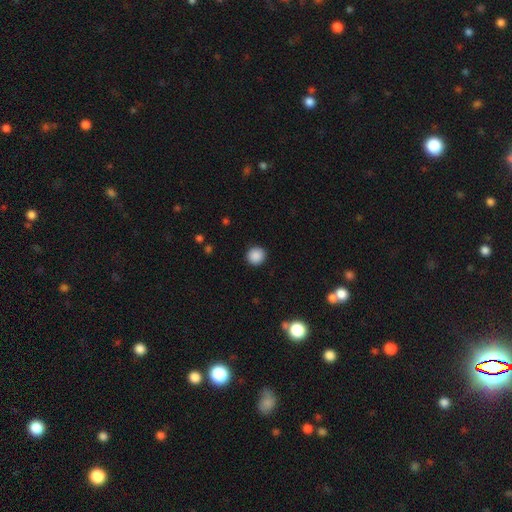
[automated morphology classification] smooth-or-featured: smooth: 88% | star or artifact: 9% | featured or disk: 3%
  how-rounded: round: 93% | in between: 6% | cigar-shaped: 1%
  merging: none: 92% | minor disturbance: 6% | major disturbance: 2% | merger: 1%